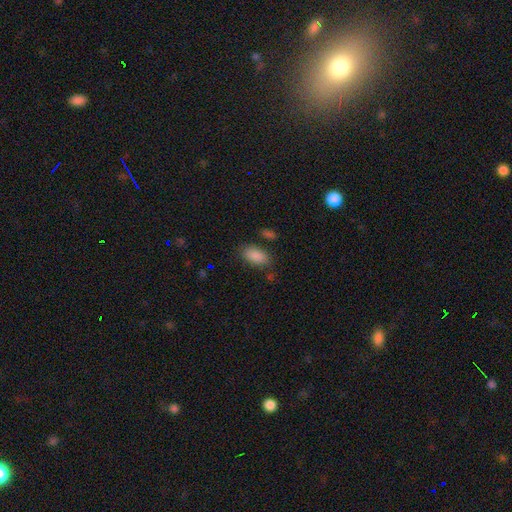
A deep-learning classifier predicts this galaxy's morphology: A smooth galaxy with no disk features (88%) that is in between round and cigar-shaped (92%).

Vote fractions:
- Smooth or featured? smooth: 88% / star or artifact: 8% / featured or disk: 4%
- How rounded? in between: 92% / round: 4% / cigar-shaped: 4%
- Merging? none: 80% / minor disturbance: 12% / major disturbance: 4% / merger: 4%